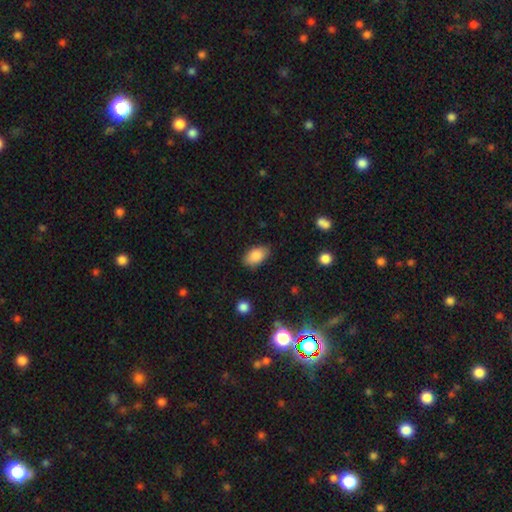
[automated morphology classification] smooth_or_featured: smooth (p=0.87) [alt: star or artifact p=0.08]
how_rounded: in between (p=0.92) [alt: round p=0.06]
merging: none (p=0.82) [alt: minor disturbance p=0.14]